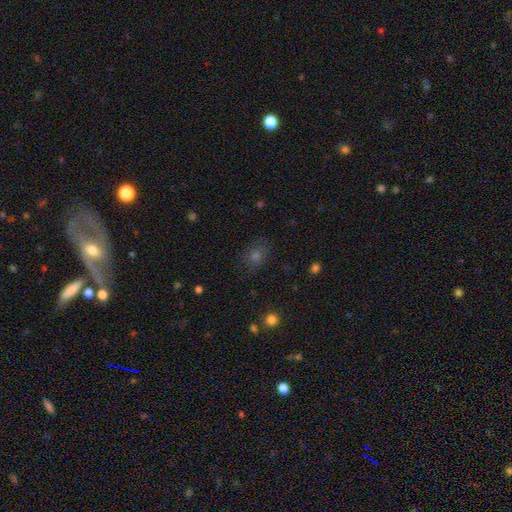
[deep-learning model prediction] Overall: smooth (56%; star or artifact 30%). How rounded: round (55%; in between 44%). Merging: none (81%).